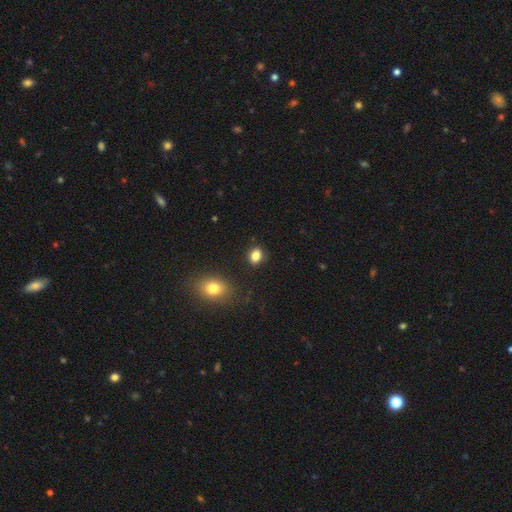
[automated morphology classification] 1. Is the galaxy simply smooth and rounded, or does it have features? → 85% smooth, 10% star or artifact, 5% featured or disk.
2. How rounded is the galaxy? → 60% in between, 38% round, 1% cigar-shaped.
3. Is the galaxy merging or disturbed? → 87% none, 9% minor disturbance, 2% major disturbance, 2% merger.